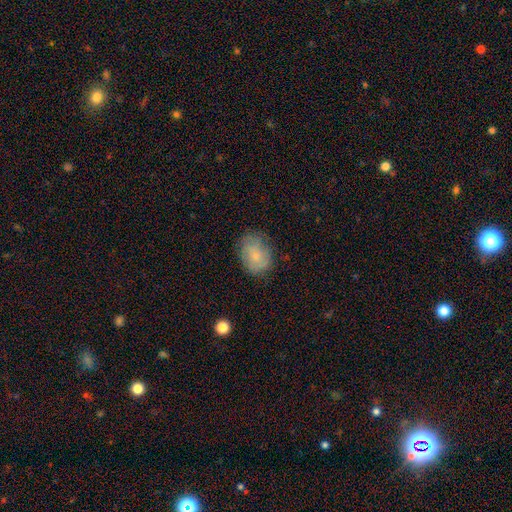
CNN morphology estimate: A smooth galaxy with no disk features (67%) that is in between round and cigar-shaped (59%). Merging: none (68%).